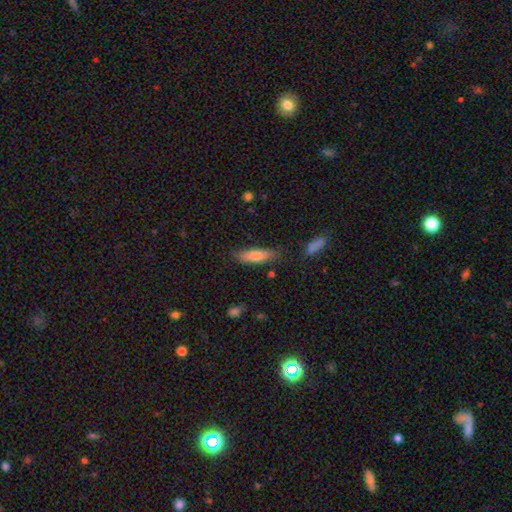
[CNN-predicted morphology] smooth_or_featured: smooth (p=0.79) [alt: featured or disk p=0.15]
how_rounded: cigar-shaped (p=0.53) [alt: in between p=0.45]
merging: none (p=0.75) [alt: minor disturbance p=0.17]